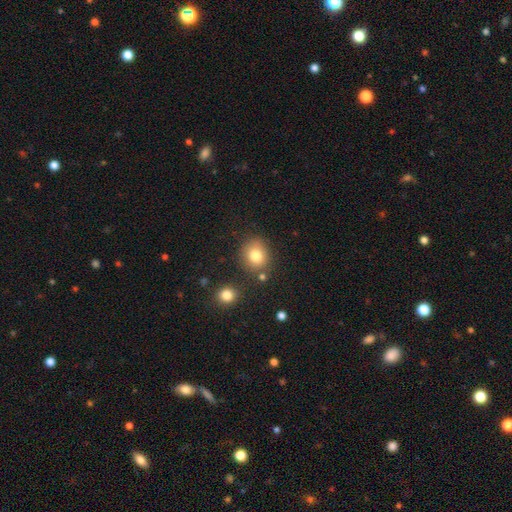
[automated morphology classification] type=smooth (79%); roundness=round (71%); merging=none (75%).